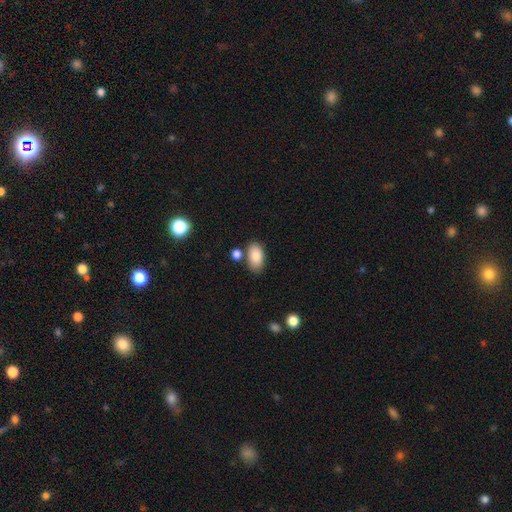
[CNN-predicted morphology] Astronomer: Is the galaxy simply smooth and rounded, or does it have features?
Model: smooth — 87%.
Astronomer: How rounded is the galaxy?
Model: in between — 94%.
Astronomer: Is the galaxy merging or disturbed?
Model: none — 72%.